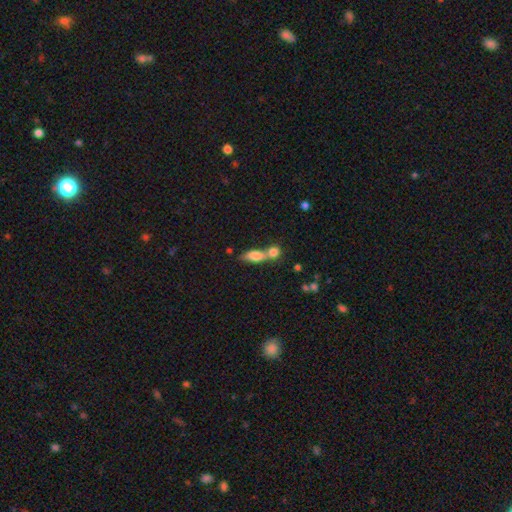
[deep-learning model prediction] The model was most divided on "merging": merger: 58%, none: 29%, minor disturbance: 9%, major disturbance: 5%. More confident: smooth or featured — smooth (72%); how rounded — in between (65%).